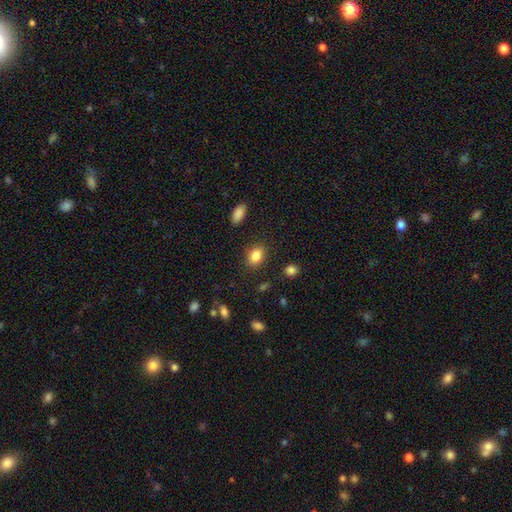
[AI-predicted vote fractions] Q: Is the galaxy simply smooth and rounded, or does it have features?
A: smooth — 85%.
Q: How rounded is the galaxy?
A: in between — 73%.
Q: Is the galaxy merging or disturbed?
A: none — 86%.